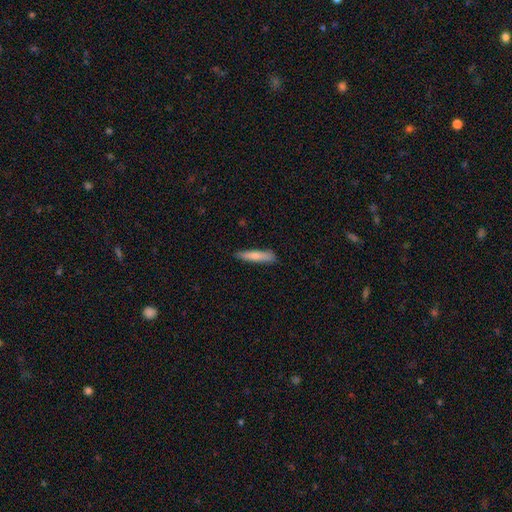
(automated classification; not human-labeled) The model was most divided on "smooth or featured": smooth: 74%, featured or disk: 20%, star or artifact: 6%. More confident: how rounded — cigar-shaped (87%); merging — none (84%).